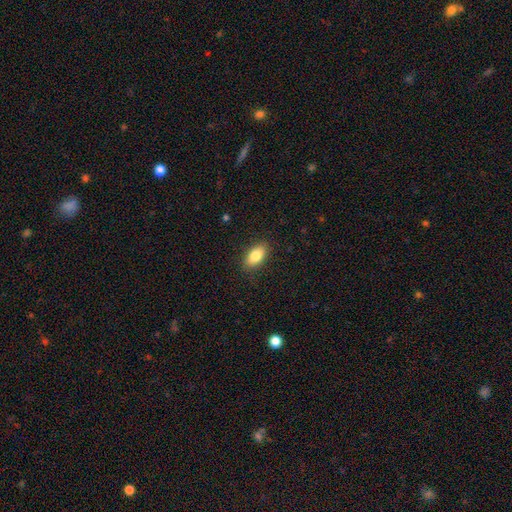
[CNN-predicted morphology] smooth_or_featured: smooth (p=0.83) [alt: featured or disk p=0.10]
how_rounded: in between (p=0.89) [alt: cigar-shaped p=0.07]
merging: none (p=0.88) [alt: minor disturbance p=0.09]